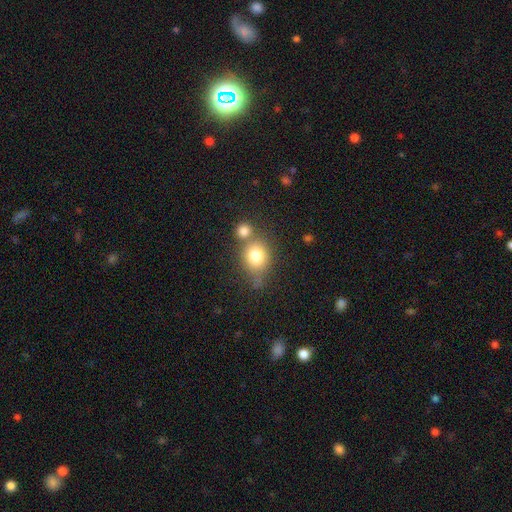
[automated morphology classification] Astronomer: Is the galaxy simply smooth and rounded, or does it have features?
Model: smooth — 77%.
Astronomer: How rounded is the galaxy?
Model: round — 70%.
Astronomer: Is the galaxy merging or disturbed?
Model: none — 44% (runner-up: merger, 37%).